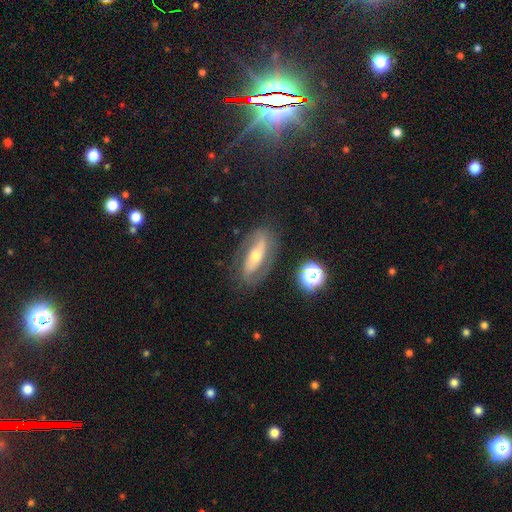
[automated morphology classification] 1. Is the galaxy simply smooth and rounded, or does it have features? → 70% featured or disk, 21% smooth, 9% star or artifact.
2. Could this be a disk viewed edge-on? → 81% no, 19% yes.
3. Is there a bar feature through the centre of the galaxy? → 51% strong, 27% no, 21% weak.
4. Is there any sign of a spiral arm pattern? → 74% yes, 26% no.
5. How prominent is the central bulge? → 60% moderate, 31% small, 6% large, 2% dominant, 2% none.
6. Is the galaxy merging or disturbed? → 76% none, 14% minor disturbance, 7% major disturbance, 2% merger.